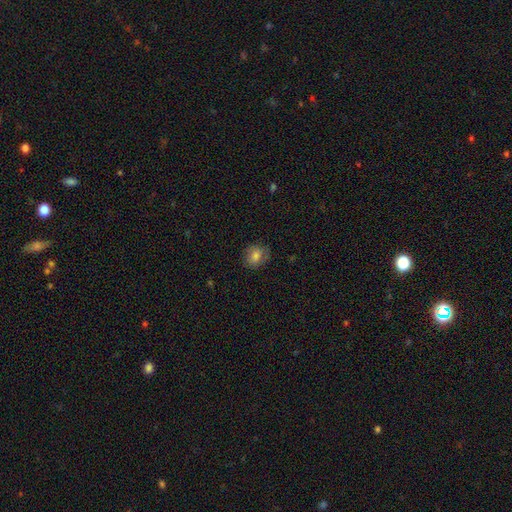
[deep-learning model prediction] smooth 76%, featured or disk 15%, star or artifact 10%. Down the decision tree: how rounded — round (63%); merging — none (77%).